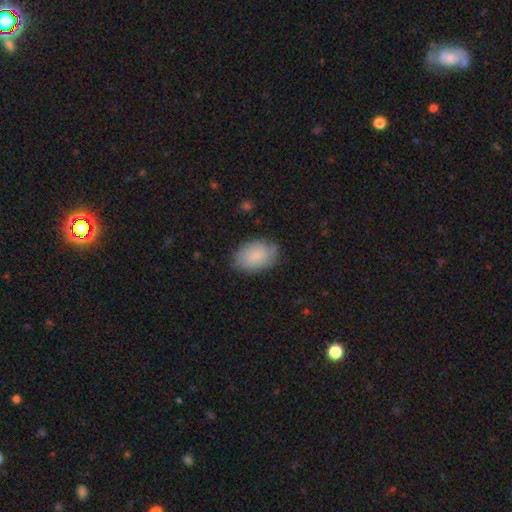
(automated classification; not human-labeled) Morphology: type=smooth (80%); roundness=in between (86%); merging=none (77%).